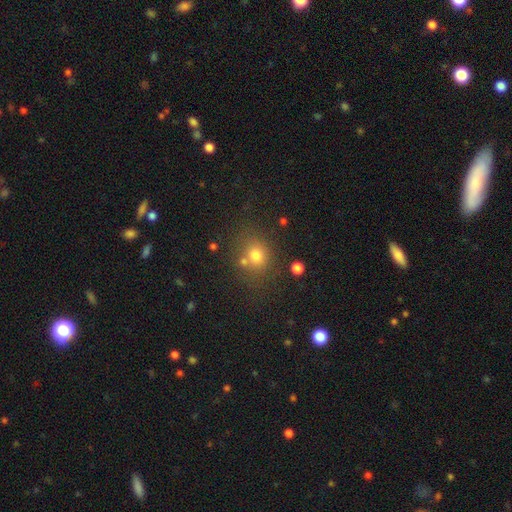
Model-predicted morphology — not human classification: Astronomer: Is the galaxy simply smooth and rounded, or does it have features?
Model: smooth — 74%.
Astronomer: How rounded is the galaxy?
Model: round — 73%.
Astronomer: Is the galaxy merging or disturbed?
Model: none — 66%.